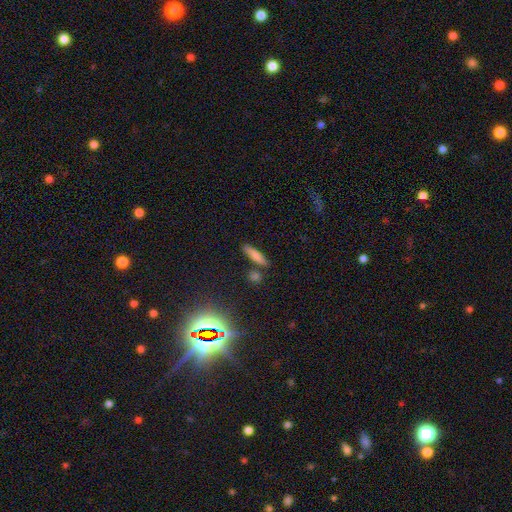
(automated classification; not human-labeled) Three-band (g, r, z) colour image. It shows a smooth galaxy with no disk features (74%) that is cigar-shaped (79%). Merging: none (78%).